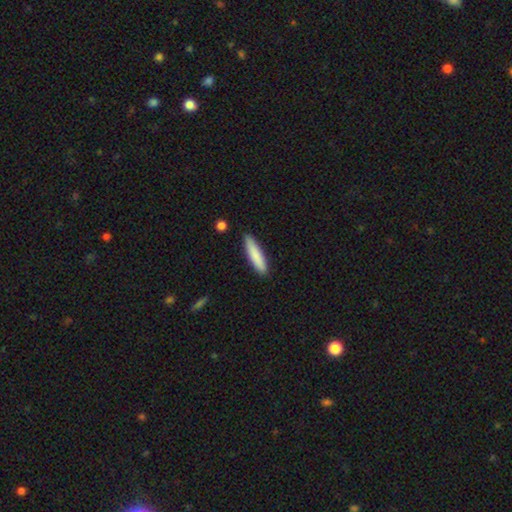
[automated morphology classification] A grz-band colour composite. It shows a smooth galaxy with no disk features (83%) that is cigar-shaped (82%). Merging: none (88%).